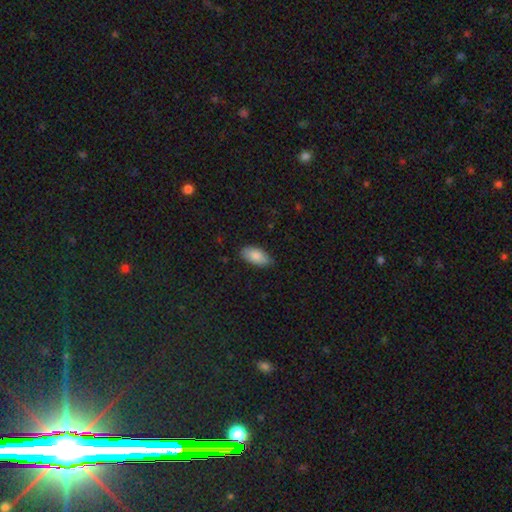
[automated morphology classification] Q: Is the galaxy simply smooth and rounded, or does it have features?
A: smooth — 84%.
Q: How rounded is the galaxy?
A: in between — 94%.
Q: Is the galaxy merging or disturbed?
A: none — 82%.